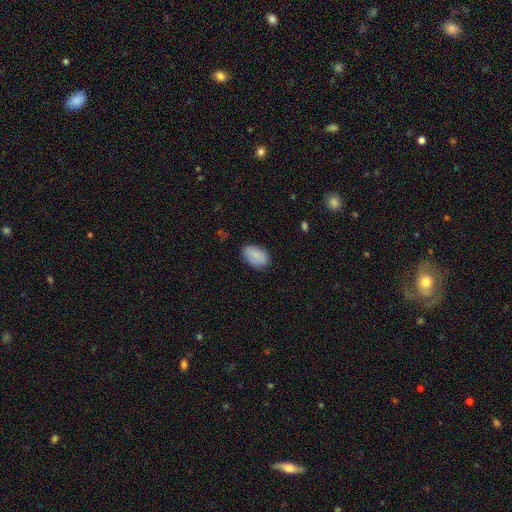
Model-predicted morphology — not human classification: smooth-or-featured: smooth: 87% | star or artifact: 7% | featured or disk: 6%
  how-rounded: in between: 91% | round: 8% | cigar-shaped: 1%
  merging: none: 81% | minor disturbance: 15% | major disturbance: 3% | merger: 1%